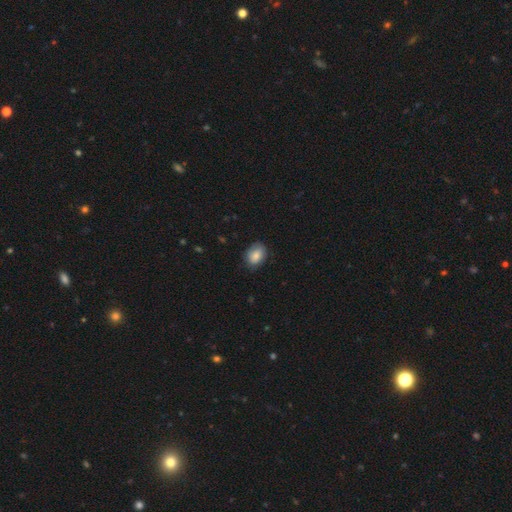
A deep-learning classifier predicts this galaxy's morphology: This is clearly a smooth galaxy (83%). How rounded: likely in between (79%). Merging: likely none (78%).